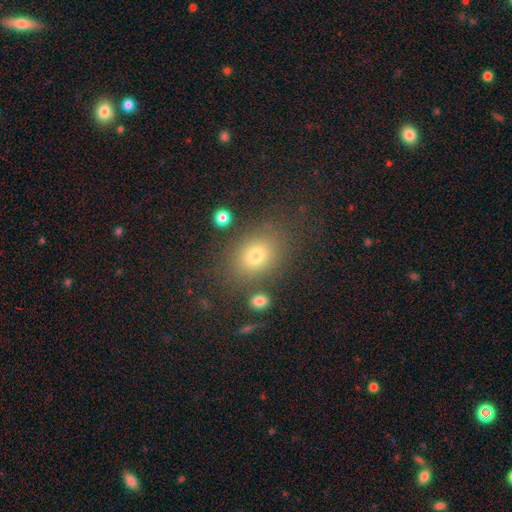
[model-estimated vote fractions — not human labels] smooth_or_featured: smooth (p=0.69) [alt: star or artifact p=0.20]
how_rounded: in between (p=0.60) [alt: round p=0.38]
merging: none (p=0.80) [alt: minor disturbance p=0.11]